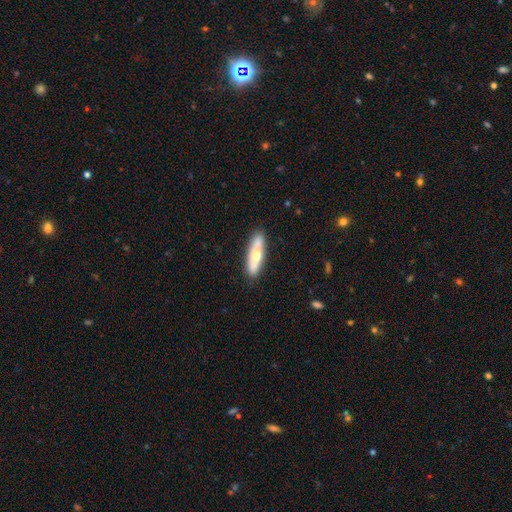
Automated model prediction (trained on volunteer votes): Morphology: type=smooth (54%); roundness=cigar-shaped (52%); merging=none (77%).